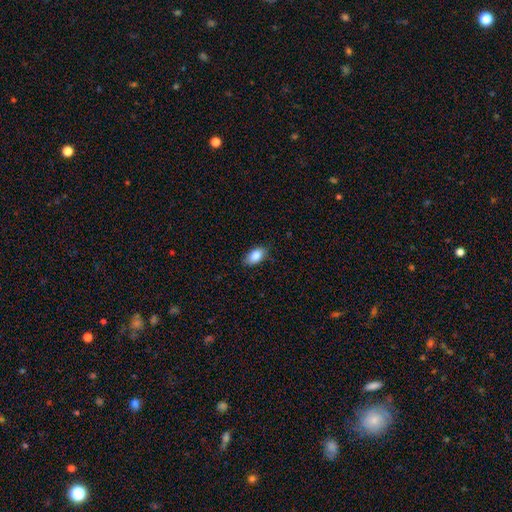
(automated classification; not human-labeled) Smooth or featured? smooth (85%)
How rounded? in between (91%)
Merging? none (83%)